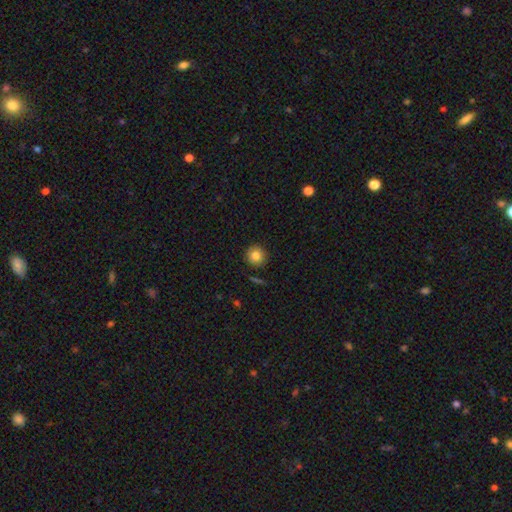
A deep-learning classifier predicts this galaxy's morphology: A smooth galaxy with no disk features (82%) that is round (95%).

Vote fractions:
- Smooth or featured? smooth: 82% / star or artifact: 10% / featured or disk: 7%
- How rounded? round: 95% / in between: 4% / cigar-shaped: 1%
- Merging? none: 90% / minor disturbance: 6% / major disturbance: 2% / merger: 2%